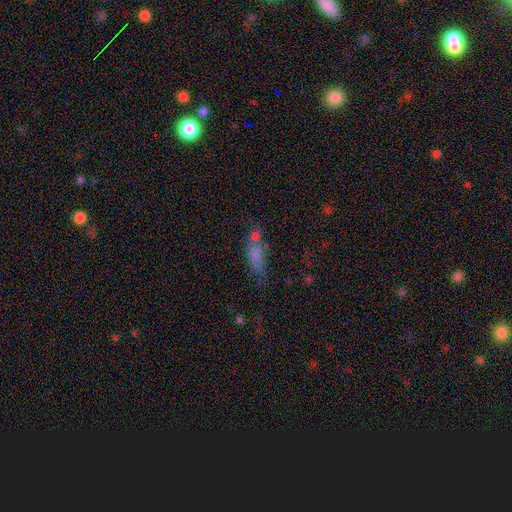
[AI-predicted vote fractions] Q: Smooth or featured?
A: smooth (70%); runner-up: featured or disk (17%)
Q: How rounded?
A: in between (65%); runner-up: cigar-shaped (31%)
Q: Merging?
A: none (37%); runner-up: merger (32%)